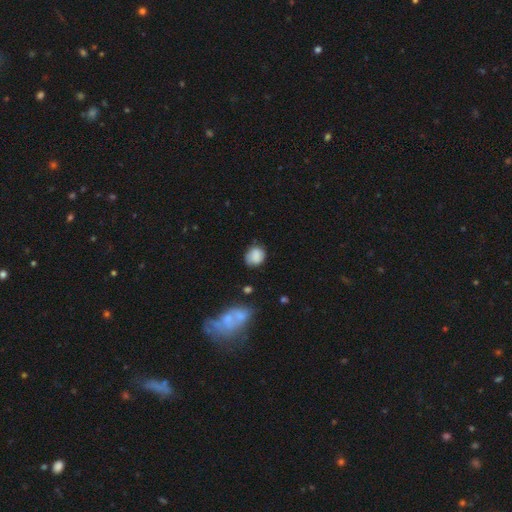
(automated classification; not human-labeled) Smooth or featured? Predicted: smooth (p=0.83). How rounded? Predicted: round (p=0.67). Merging? Predicted: none (p=0.67).